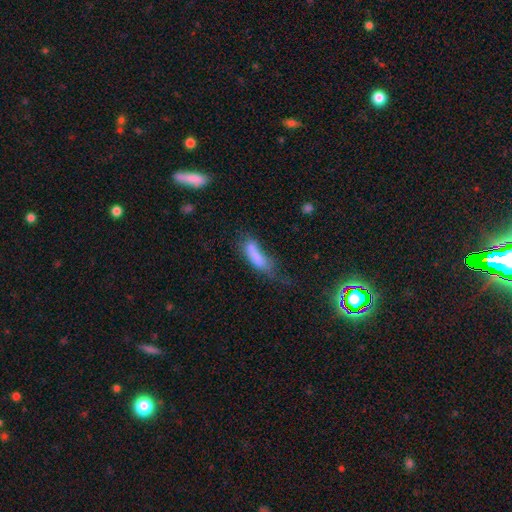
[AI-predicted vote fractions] smooth 74%, featured or disk 17%, star or artifact 9%. Down the decision tree: how rounded — cigar-shaped (53%); merging — major disturbance (31%).